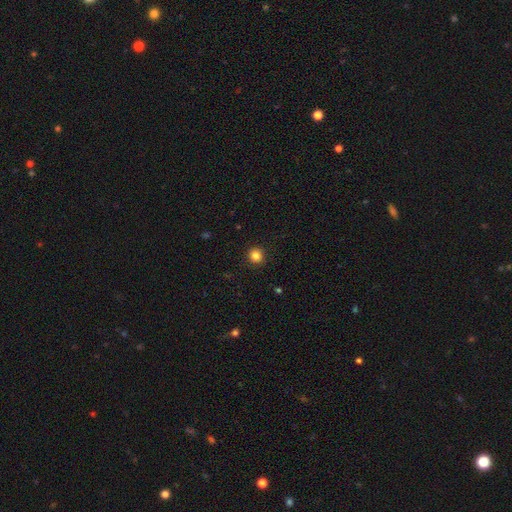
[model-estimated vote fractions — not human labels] Overall: smooth (84%). How rounded: round (92%). Merging: none (92%).